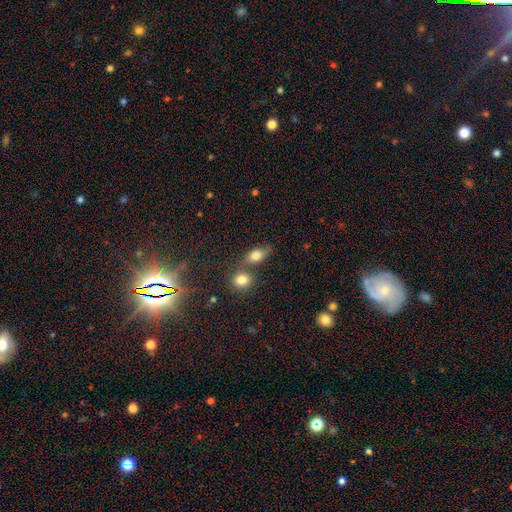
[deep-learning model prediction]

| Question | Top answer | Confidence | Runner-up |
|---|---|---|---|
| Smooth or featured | smooth | 78% | featured or disk (13%) |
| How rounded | in between | 78% | round (16%) |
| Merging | none | 51% | merger (30%) |